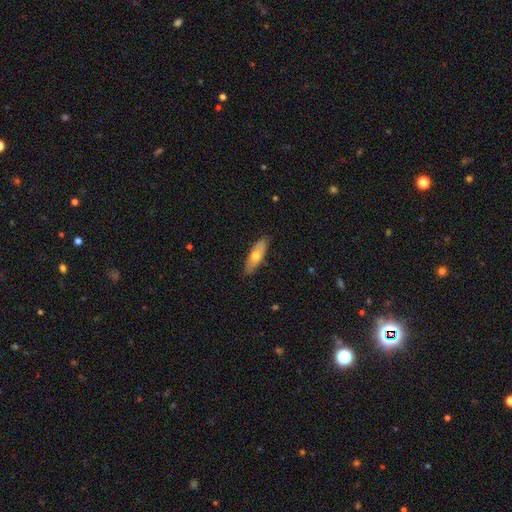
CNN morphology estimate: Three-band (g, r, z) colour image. It shows a smooth galaxy with no disk features (59%) that is in between round and cigar-shaped (60%). Merging: none (84%).